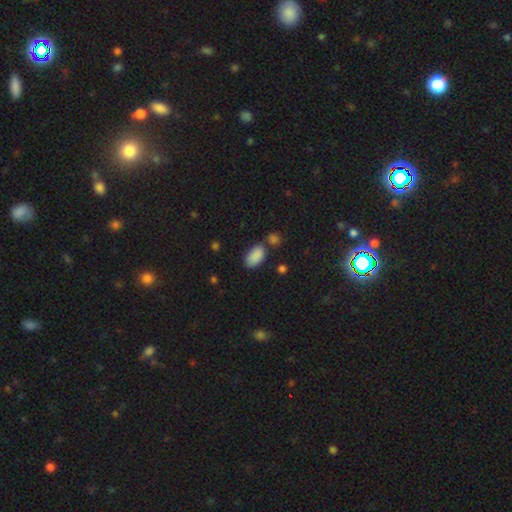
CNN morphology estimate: Smooth or featured: smooth — 88% (star or artifact — 8%)
How rounded: in between — 93% (round — 5%)
Merging: none — 69% (minor disturbance — 16%)